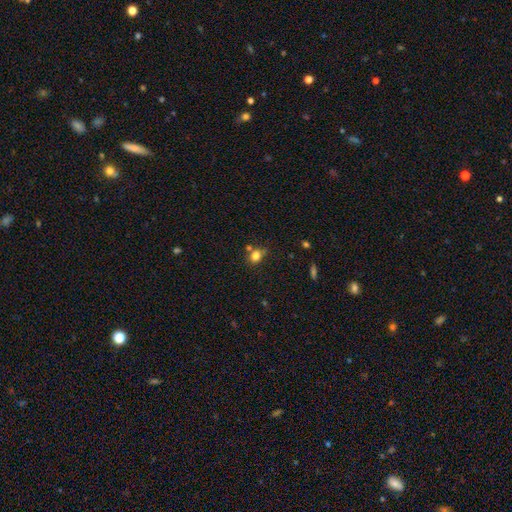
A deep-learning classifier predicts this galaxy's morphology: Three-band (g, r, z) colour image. It shows a smooth galaxy with no disk features (79%) that is round (55%). Merging: none (57%).